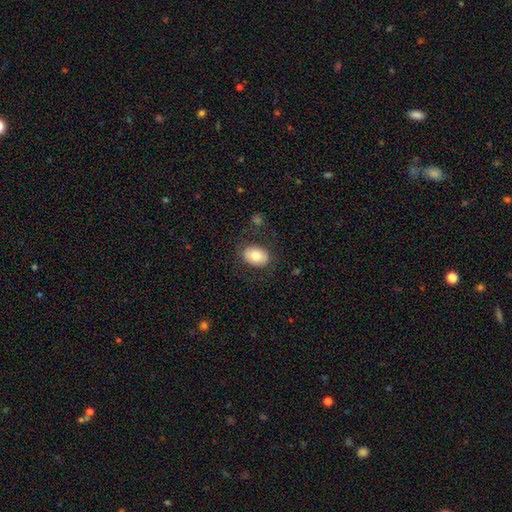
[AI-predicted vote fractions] smooth-or-featured: smooth: 79% | featured or disk: 14% | star or artifact: 7%
  how-rounded: in between: 78% | round: 21% | cigar-shaped: 1%
  merging: none: 82% | minor disturbance: 12% | major disturbance: 5% | merger: 2%